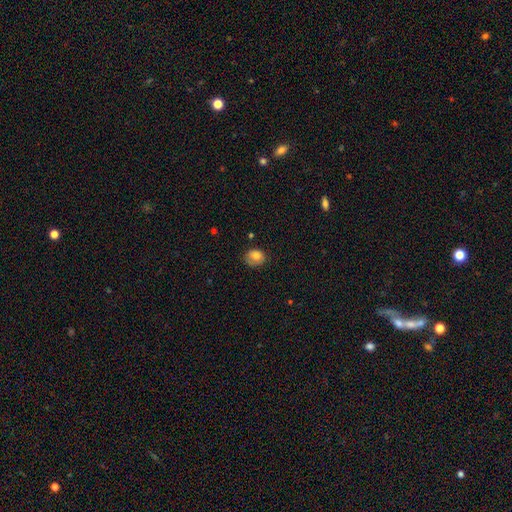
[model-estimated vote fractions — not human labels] A smooth galaxy with no disk features (79%) that is round (51%).

Vote fractions:
- Smooth or featured? smooth: 79% / featured or disk: 12% / star or artifact: 9%
- How rounded? round: 51% / in between: 48% / cigar-shaped: 1%
- Merging? none: 61% / minor disturbance: 27% / major disturbance: 10% / merger: 2%